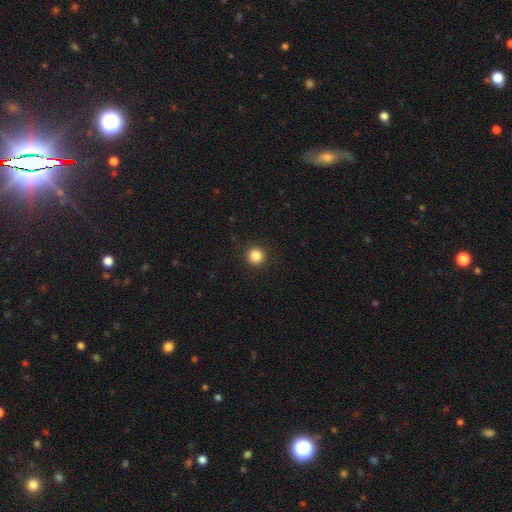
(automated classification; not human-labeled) Smooth or featured? Predicted: smooth (p=0.86). How rounded? Predicted: round (p=0.95). Merging? Predicted: none (p=0.92).